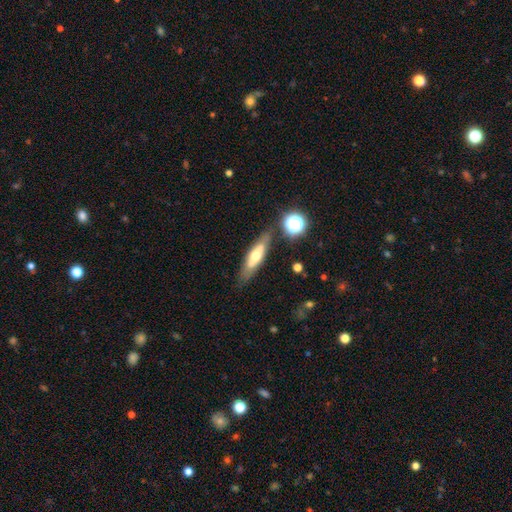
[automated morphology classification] Overall: featured or disk (47%; smooth 45%). Merging: none (76%).